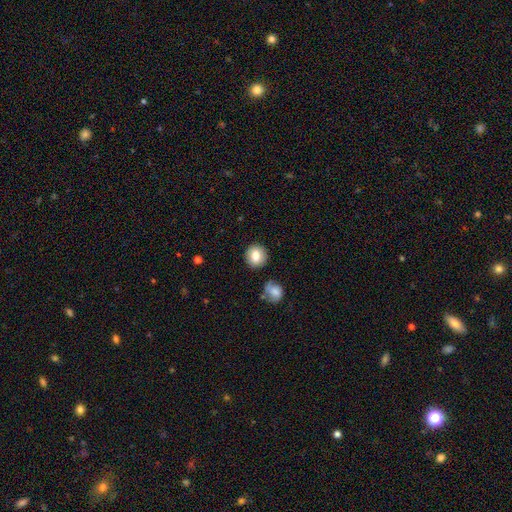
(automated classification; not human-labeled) smooth 81%, featured or disk 11%, star or artifact 8%. Down the decision tree: how rounded — round (87%); merging — none (86%).